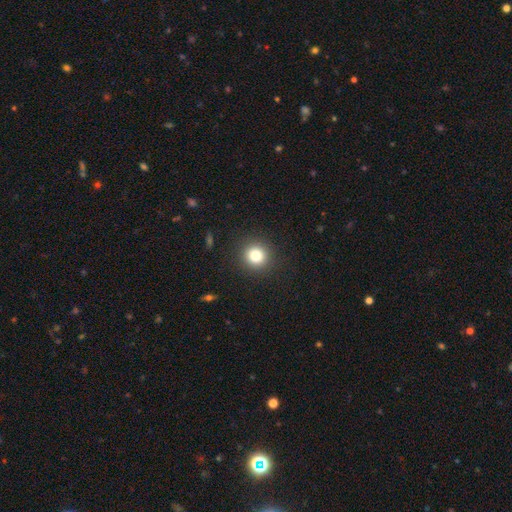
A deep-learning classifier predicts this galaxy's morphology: Smooth or featured? smooth (81%)
How rounded? round (93%)
Merging? none (91%)